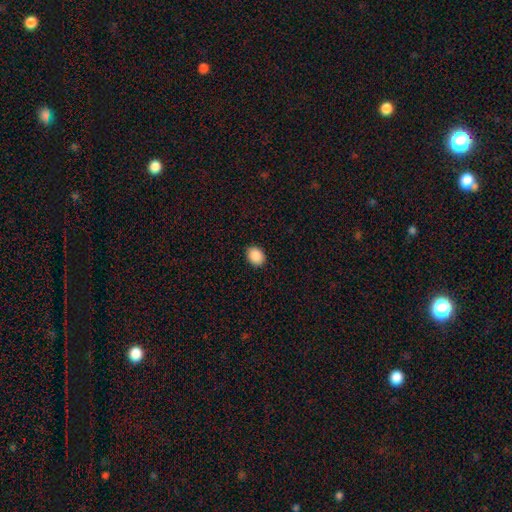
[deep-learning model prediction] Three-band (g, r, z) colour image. It shows a smooth galaxy with no disk features (89%) that is in between round and cigar-shaped (50%). Merging: none (90%).